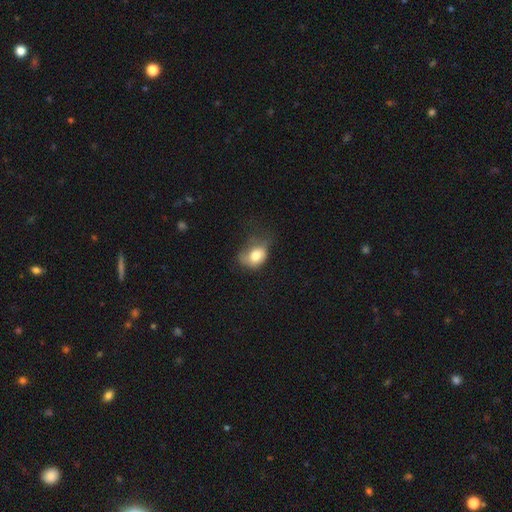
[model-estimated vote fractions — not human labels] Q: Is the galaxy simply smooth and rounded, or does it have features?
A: smooth — 74%.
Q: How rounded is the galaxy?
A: in between — 63%.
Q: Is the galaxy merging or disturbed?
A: minor disturbance — 37%.